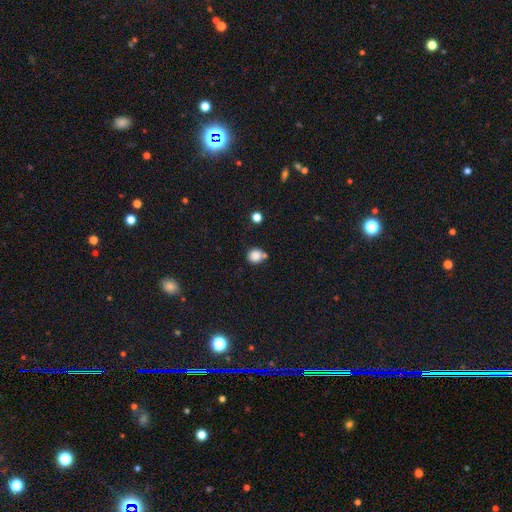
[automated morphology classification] Smooth or featured? Predicted: smooth (p=0.84). How rounded? Predicted: round (p=0.87). Merging? Predicted: none (p=0.63).